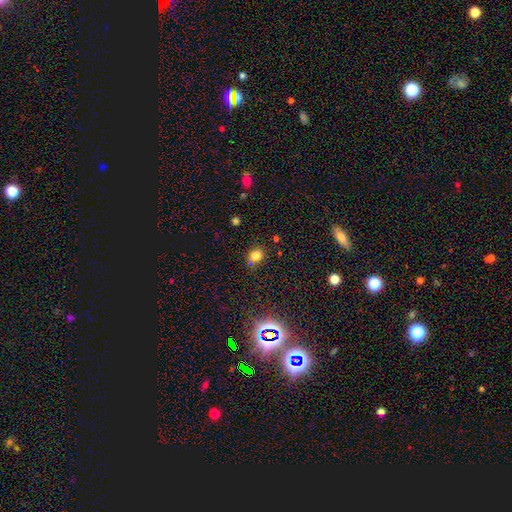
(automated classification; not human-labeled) Overall: smooth (77%). How rounded: round (63%; in between 36%). Merging: none (72%).